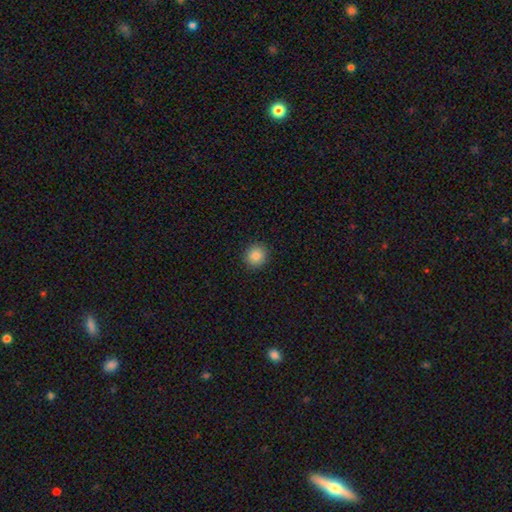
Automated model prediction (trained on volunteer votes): A smooth galaxy with no disk features (86%) that is round (91%). Merging: none (92%).